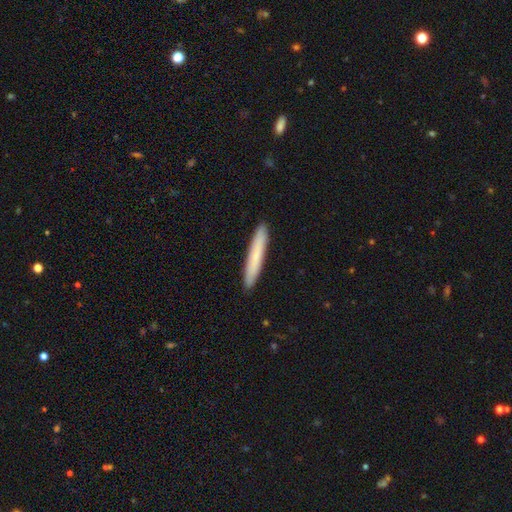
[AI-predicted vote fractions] Smooth or featured: smooth — 73% (featured or disk — 21%)
How rounded: cigar-shaped — 95% (in between — 3%)
Merging: none — 92% (minor disturbance — 6%)